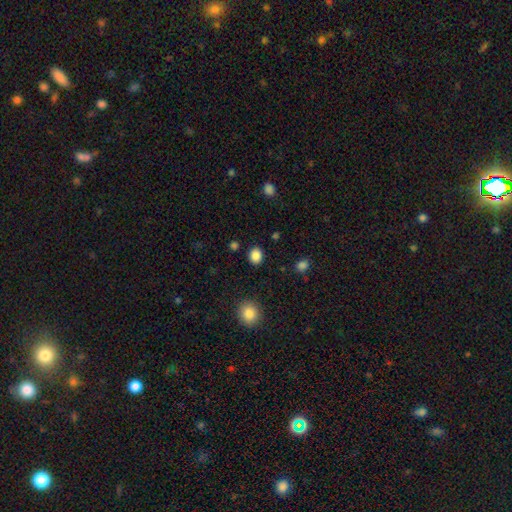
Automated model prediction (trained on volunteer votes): A smooth galaxy with no disk features (87%) that is round (62%). Merging: none (88%).